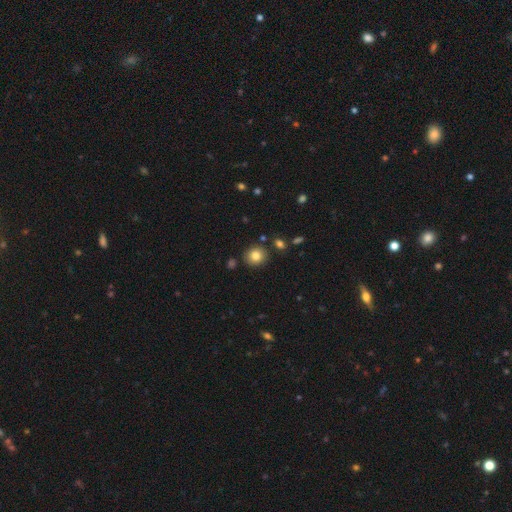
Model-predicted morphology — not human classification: Smooth or featured?
  - smooth: 83% *
  - star or artifact: 10%
  - featured or disk: 7%
How rounded?
  - round: 86% *
  - in between: 13%
  - cigar-shaped: 1%
Merging?
  - none: 87% *
  - minor disturbance: 7%
  - merger: 4%
  - major disturbance: 2%